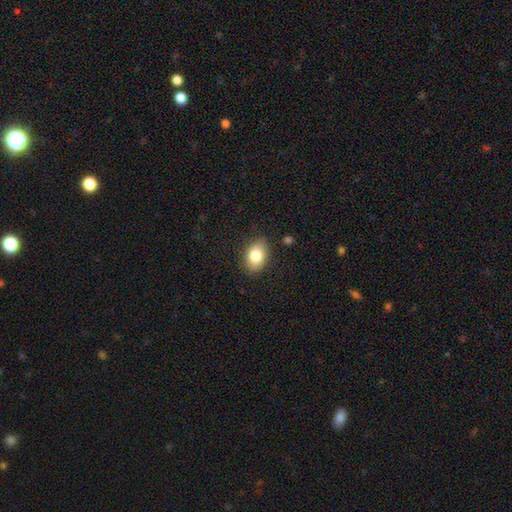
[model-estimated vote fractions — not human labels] smooth-or-featured: smooth: 81% | featured or disk: 11% | star or artifact: 8%
  how-rounded: in between: 82% | round: 17% | cigar-shaped: 1%
  merging: none: 85% | minor disturbance: 11% | major disturbance: 3% | merger: 1%